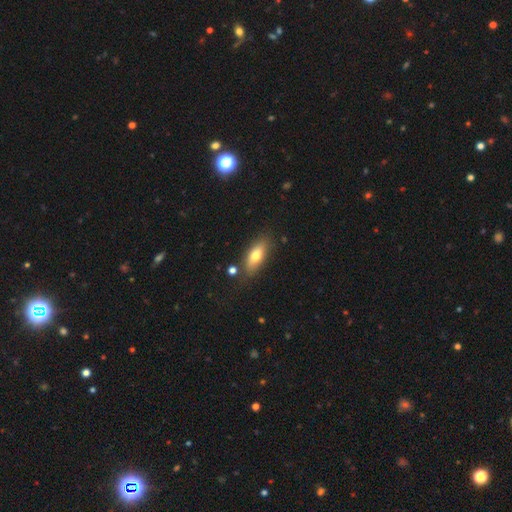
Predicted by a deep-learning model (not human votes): smooth-or-featured: smooth: 71% | featured or disk: 22% | star or artifact: 7%
  how-rounded: in between: 75% | cigar-shaped: 22% | round: 4%
  merging: none: 78% | minor disturbance: 14% | merger: 4% | major disturbance: 4%